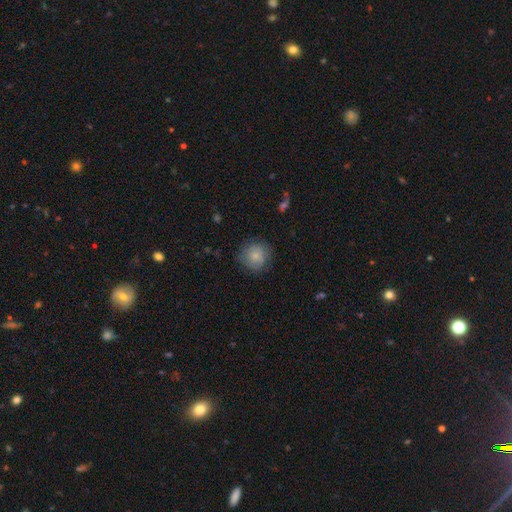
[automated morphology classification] type=smooth (80%); roundness=round (91%); merging=none (79%).